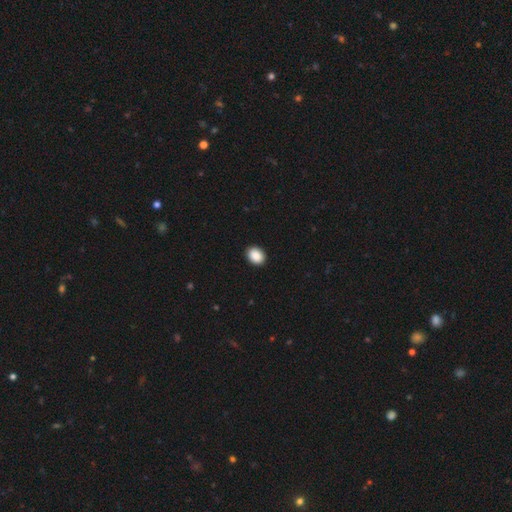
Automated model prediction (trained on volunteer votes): This is clearly a smooth galaxy (90%). How rounded: possibly in between (57%). Merging: clearly none (91%).